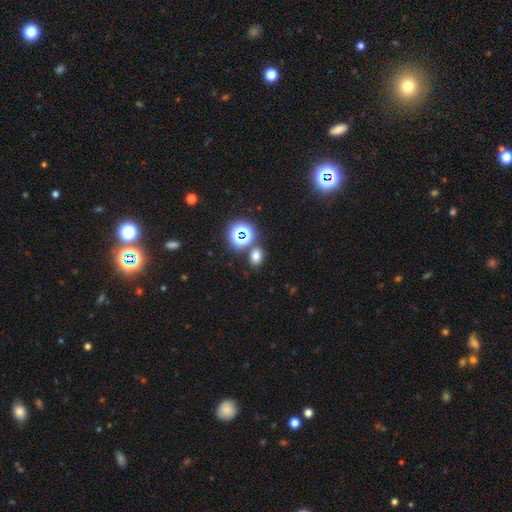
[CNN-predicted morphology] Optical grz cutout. It shows a smooth galaxy with no disk features (67%) that is in between round and cigar-shaped (57%). Merging: none (77%).